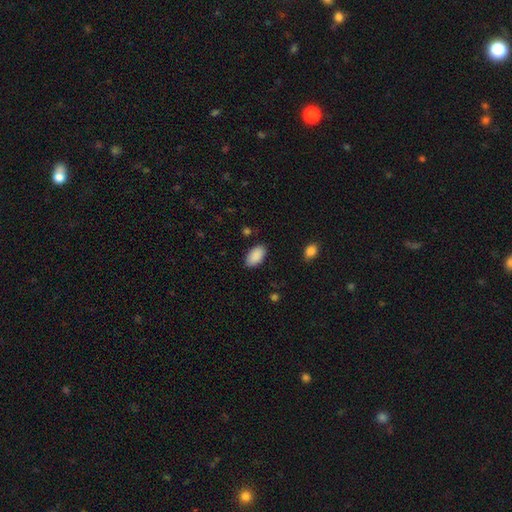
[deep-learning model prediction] Smooth or featured?
  - smooth: 90% *
  - star or artifact: 6%
  - featured or disk: 3%
How rounded?
  - in between: 95% *
  - round: 3%
  - cigar-shaped: 2%
Merging?
  - none: 86% *
  - minor disturbance: 10%
  - major disturbance: 2%
  - merger: 1%